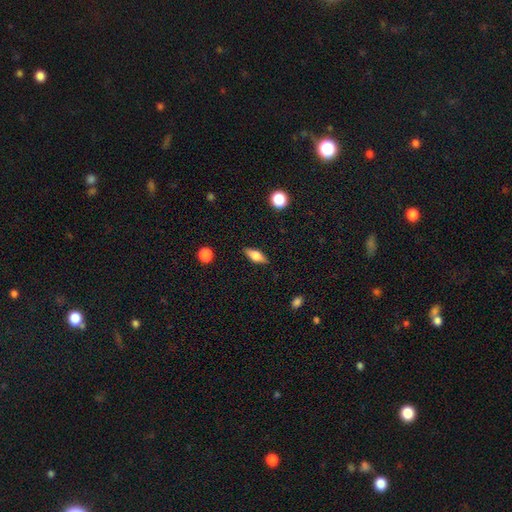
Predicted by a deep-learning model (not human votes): Overall: smooth (53%; featured or disk 39%). How rounded: in between (63%; cigar-shaped 32%). Merging: none (87%).